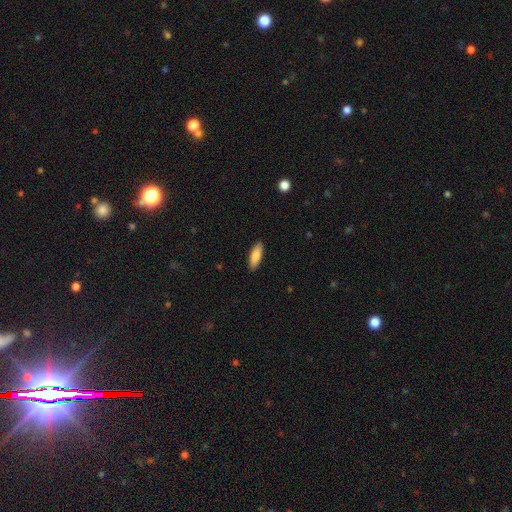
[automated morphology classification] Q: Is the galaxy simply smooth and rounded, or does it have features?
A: smooth — 85%.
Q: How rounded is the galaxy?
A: in between — 63%.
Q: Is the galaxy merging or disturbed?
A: none — 90%.